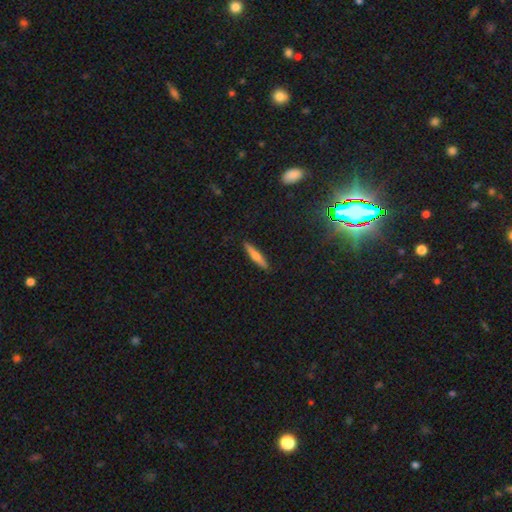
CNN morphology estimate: This appears to be a smooth galaxy with no disk features (54%) that is cigar-shaped (87%). Merging: none (90%).